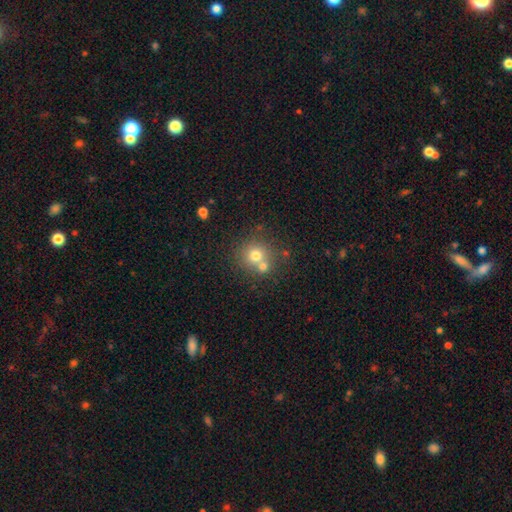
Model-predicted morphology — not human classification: Smooth or featured?
  - smooth: 72% *
  - featured or disk: 15%
  - star or artifact: 13%
How rounded?
  - round: 89% *
  - in between: 10%
  - cigar-shaped: 1%
Merging?
  - none: 52% *
  - merger: 37%
  - minor disturbance: 7%
  - major disturbance: 3%